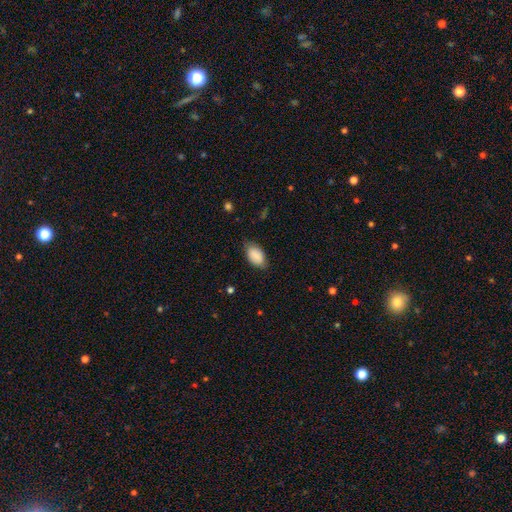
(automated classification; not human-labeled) A smooth galaxy with no disk features (88%) that is in between round and cigar-shaped (93%).

Vote fractions:
- Smooth or featured? smooth: 88% / star or artifact: 6% / featured or disk: 6%
- How rounded? in between: 93% / round: 5% / cigar-shaped: 2%
- Merging? none: 74% / minor disturbance: 21% / major disturbance: 4% / merger: 1%